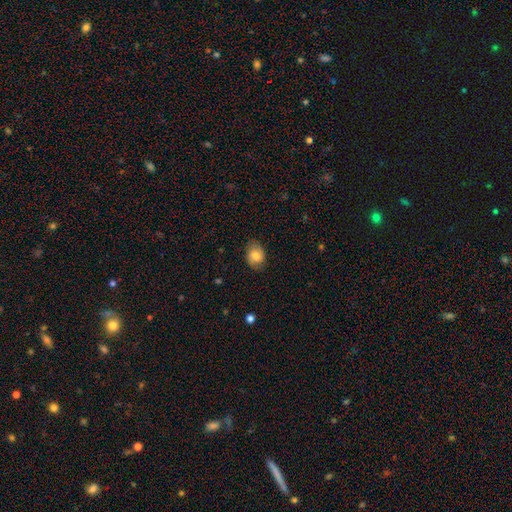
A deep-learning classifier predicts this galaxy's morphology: This is likely a smooth galaxy (73%). How rounded: likely in between (64%). Merging: likely none (77%).